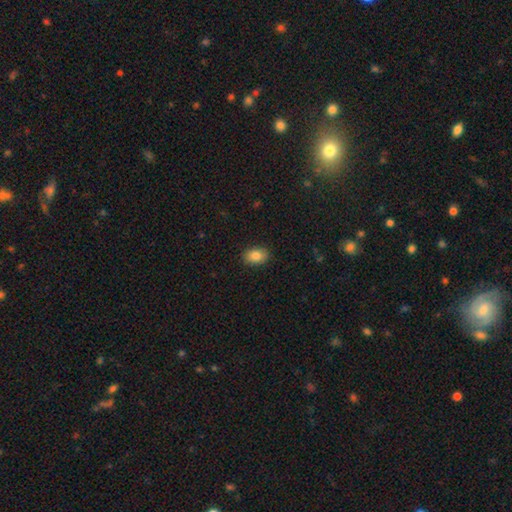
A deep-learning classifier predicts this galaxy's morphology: smooth_or_featured: smooth (p=0.85) [alt: star or artifact p=0.08]
how_rounded: in between (p=0.80) [alt: round p=0.19]
merging: none (p=0.89) [alt: minor disturbance p=0.08]